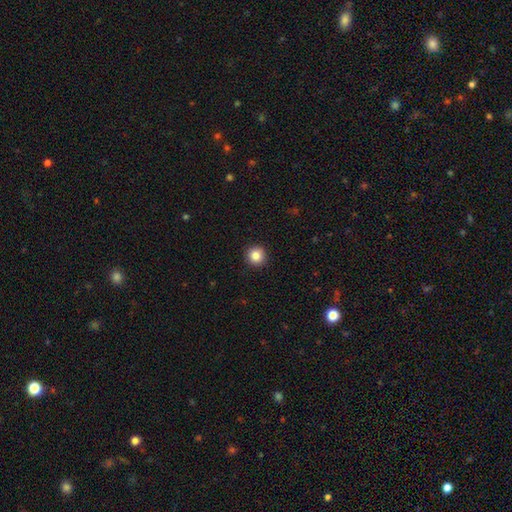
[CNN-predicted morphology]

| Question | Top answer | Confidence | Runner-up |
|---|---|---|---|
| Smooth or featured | smooth | 85% | star or artifact (10%) |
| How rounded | round | 94% | in between (5%) |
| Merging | none | 93% | minor disturbance (5%) |